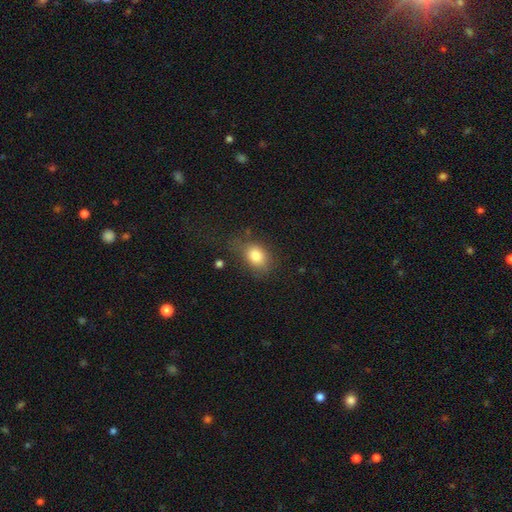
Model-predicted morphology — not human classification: smooth-or-featured: smooth: 82% | star or artifact: 9% | featured or disk: 9%
  how-rounded: in between: 69% | round: 30% | cigar-shaped: 1%
  merging: none: 60% | minor disturbance: 24% | major disturbance: 12% | merger: 3%